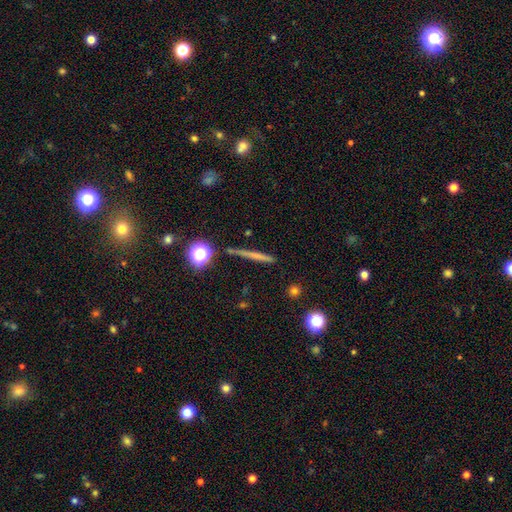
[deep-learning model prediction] The model was most divided on "smooth or featured": smooth: 50%, featured or disk: 39%, star or artifact: 11%. More confident: how rounded — cigar-shaped (89%); merging — none (88%).